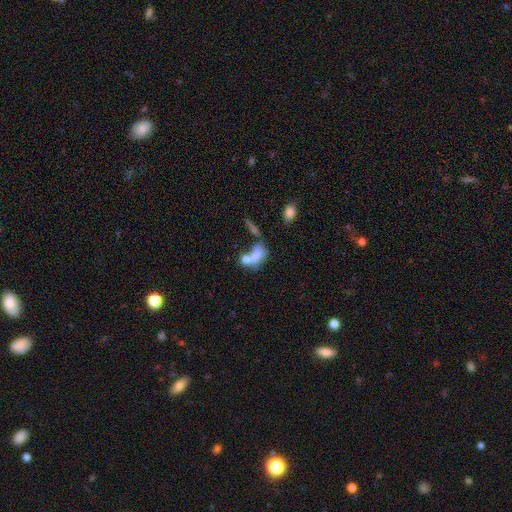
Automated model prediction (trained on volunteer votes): smooth_or_featured: smooth (p=0.66) [alt: featured or disk p=0.22]
how_rounded: in between (p=0.77) [alt: round p=0.16]
merging: merger (p=0.50) [alt: none p=0.25]